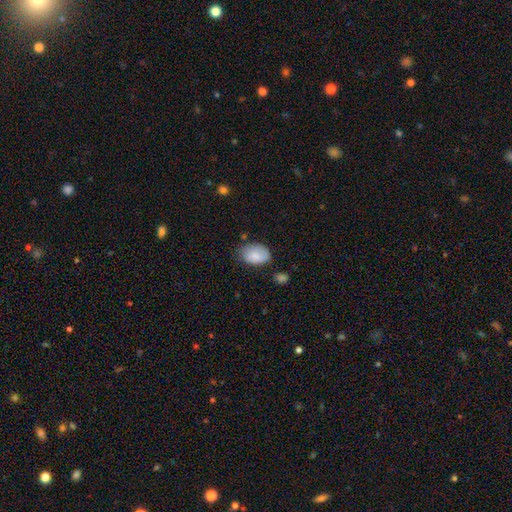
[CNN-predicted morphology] A smooth galaxy with no disk features (85%) that is in between round and cigar-shaped (85%).

Vote fractions:
- Smooth or featured? smooth: 85% / featured or disk: 8% / star or artifact: 7%
- How rounded? in between: 85% / round: 14% / cigar-shaped: 1%
- Merging? none: 61% / minor disturbance: 29% / major disturbance: 6% / merger: 3%